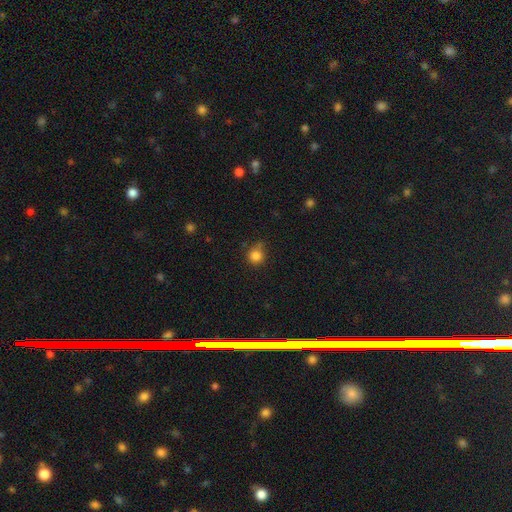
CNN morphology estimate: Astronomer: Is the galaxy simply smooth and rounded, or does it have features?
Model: smooth — 84%.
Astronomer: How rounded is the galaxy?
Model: round — 90%.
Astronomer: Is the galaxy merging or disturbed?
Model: none — 66%.